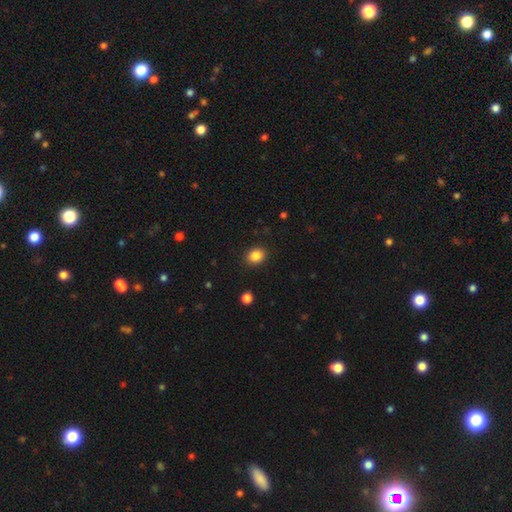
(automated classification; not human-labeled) A smooth galaxy with no disk features (86%) that is round (58%).

Vote fractions:
- Smooth or featured? smooth: 86% / star or artifact: 10% / featured or disk: 4%
- How rounded? round: 58% / in between: 41% / cigar-shaped: 1%
- Merging? none: 90% / minor disturbance: 7% / major disturbance: 2% / merger: 1%